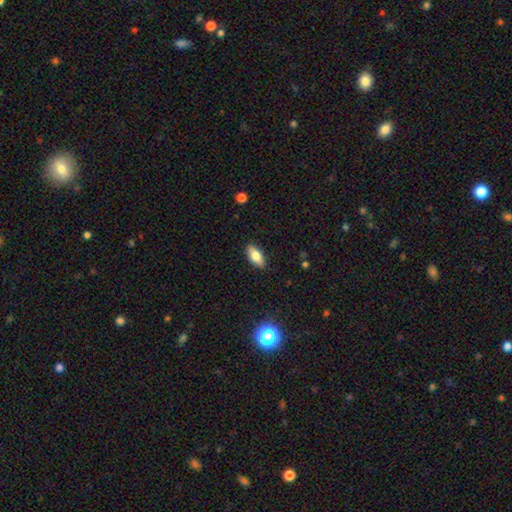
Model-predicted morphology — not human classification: smooth-or-featured: smooth: 80% | featured or disk: 13% | star or artifact: 8%
  how-rounded: in between: 87% | cigar-shaped: 10% | round: 3%
  merging: none: 89% | minor disturbance: 8% | major disturbance: 2% | merger: 1%